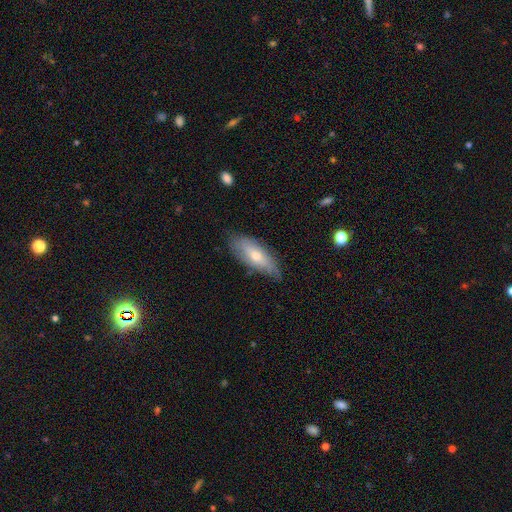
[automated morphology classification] Smooth or featured? Predicted: smooth (p=0.54). How rounded? Predicted: in between (p=0.70). Merging? Predicted: none (p=0.71).